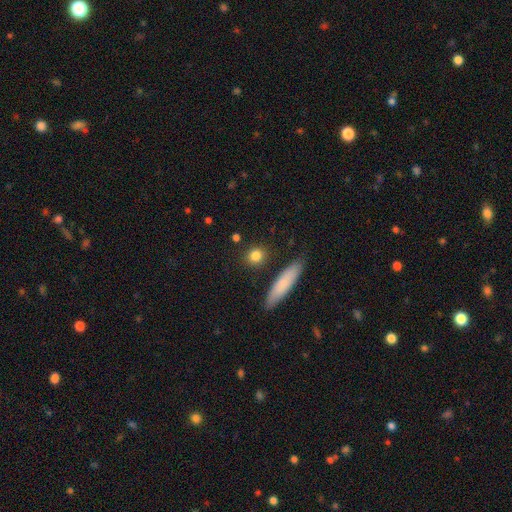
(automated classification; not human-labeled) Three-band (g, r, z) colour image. It shows a smooth galaxy with no disk features (83%) that is round (72%). Merging: none (88%).